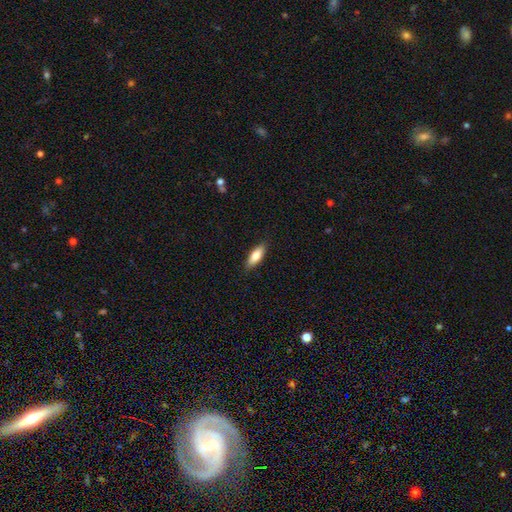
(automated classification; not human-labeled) This is likely a smooth galaxy (80%). How rounded: likely in between (66%). Merging: clearly none (87%).